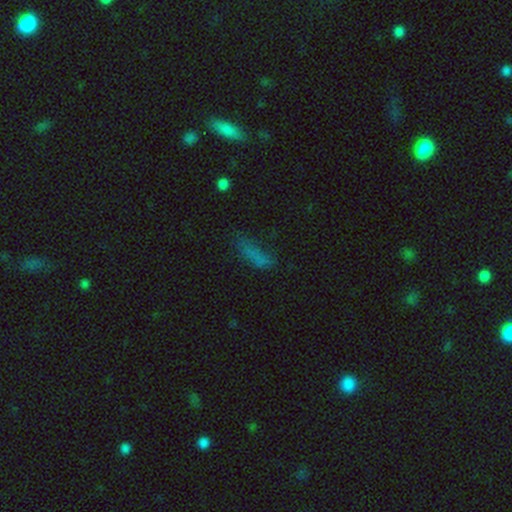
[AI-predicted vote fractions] smooth-or-featured: smooth: 66% | star or artifact: 20% | featured or disk: 14%
  how-rounded: in between: 49% | cigar-shaped: 47% | round: 4%
  merging: none: 46% | minor disturbance: 28% | major disturbance: 20% | merger: 6%